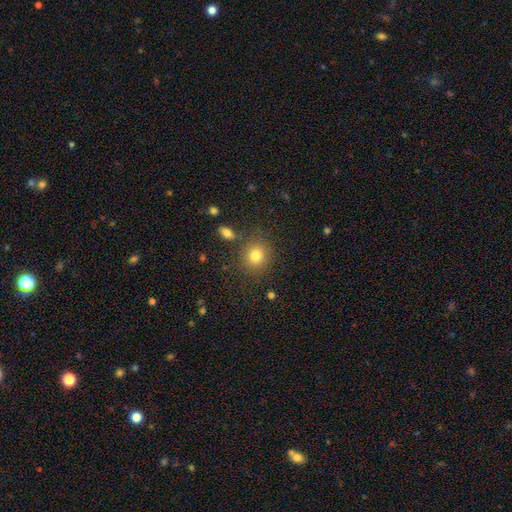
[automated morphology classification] This appears to be a smooth galaxy with no disk features (80%) that is round (86%). Merging: none (82%).